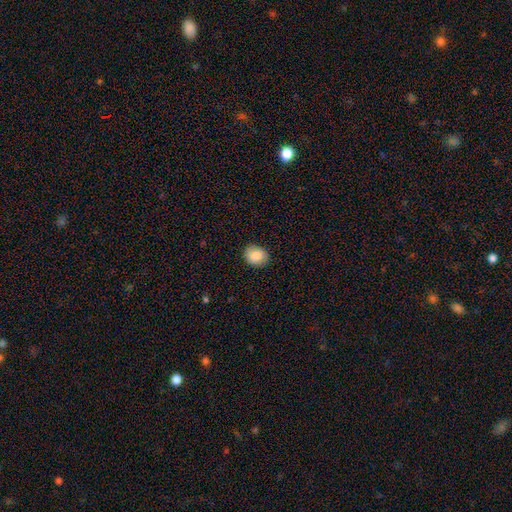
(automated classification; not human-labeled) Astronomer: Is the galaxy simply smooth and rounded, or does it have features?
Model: smooth — 81%.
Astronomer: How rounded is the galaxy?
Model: round — 60% (runner-up: in between, 39%).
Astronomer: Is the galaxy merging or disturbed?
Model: none — 86%.